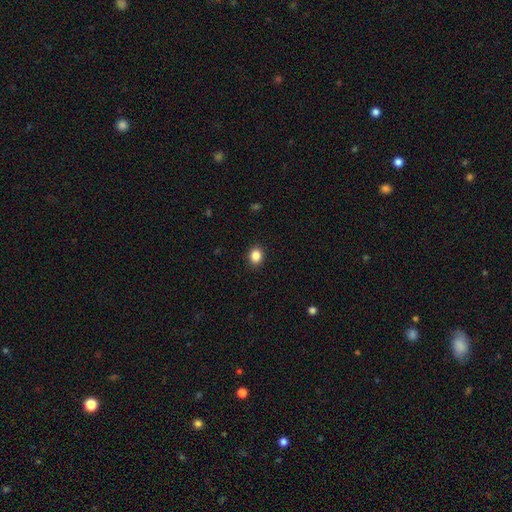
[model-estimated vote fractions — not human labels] Smooth or featured?
  - smooth: 86% *
  - star or artifact: 10%
  - featured or disk: 4%
How rounded?
  - round: 62% *
  - in between: 37%
  - cigar-shaped: 1%
Merging?
  - none: 91% *
  - minor disturbance: 6%
  - major disturbance: 2%
  - merger: 1%